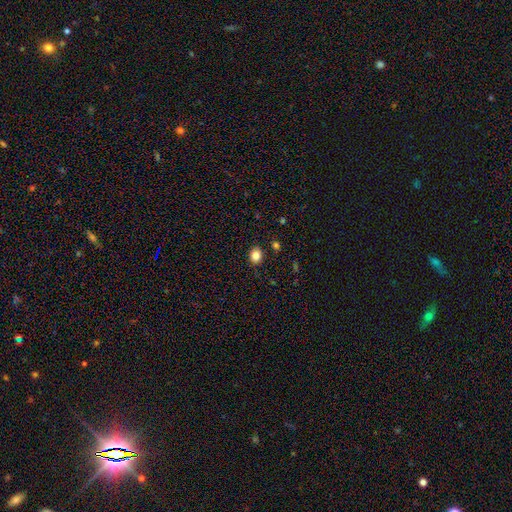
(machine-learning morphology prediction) A smooth galaxy with no disk features (84%) that is round (54%). Merging: none (88%).